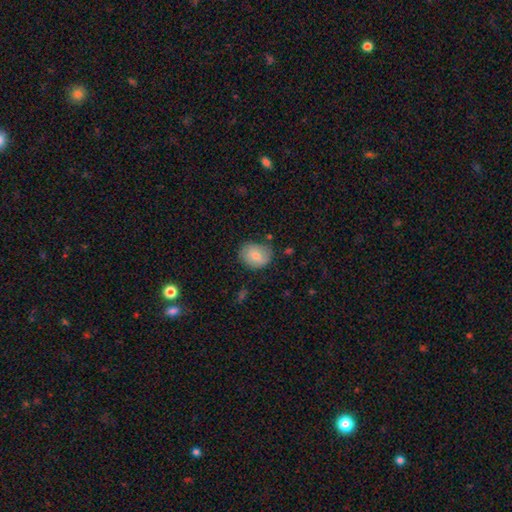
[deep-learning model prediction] The model was most divided on "how rounded": round: 57%, in between: 43%, cigar-shaped: 1%. More confident: smooth or featured — smooth (77%); merging — none (70%).